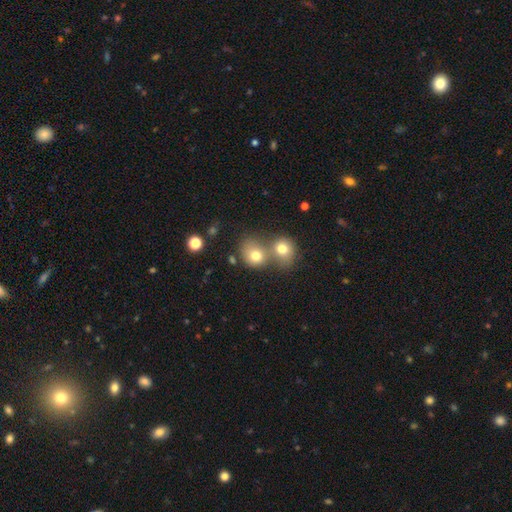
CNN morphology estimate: Smooth or featured? Predicted: smooth (p=0.75). How rounded? Predicted: round (p=0.71). Merging? Predicted: merger (p=0.59).